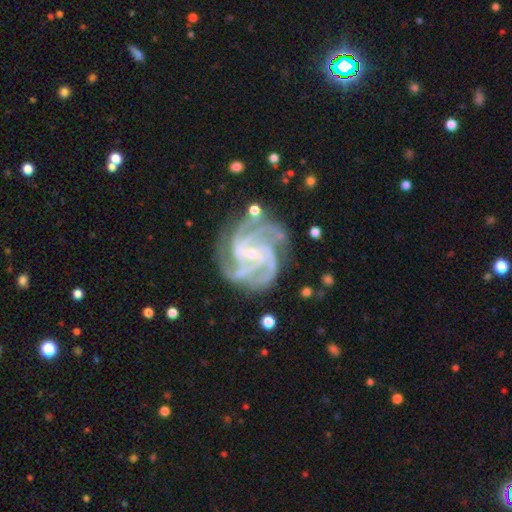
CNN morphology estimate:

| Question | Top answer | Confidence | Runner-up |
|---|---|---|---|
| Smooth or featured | featured or disk | 92% | star or artifact (5%) |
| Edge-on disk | no | 98% | yes (2%) |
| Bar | no | 44% | weak (36%) |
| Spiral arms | yes | 99% | no (1%) |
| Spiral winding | tight | 60% | medium (36%) |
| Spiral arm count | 4 | 36% | 3 (35%) |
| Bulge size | small | 76% | moderate (19%) |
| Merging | none | 76% | minor disturbance (16%) |